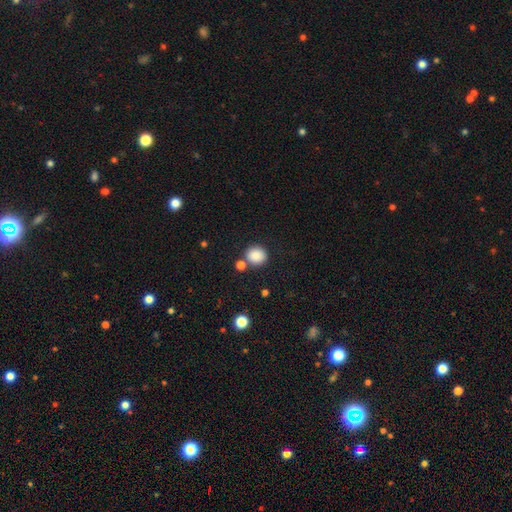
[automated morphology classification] type=smooth (86%); roundness=round (82%); merging=none (74%).